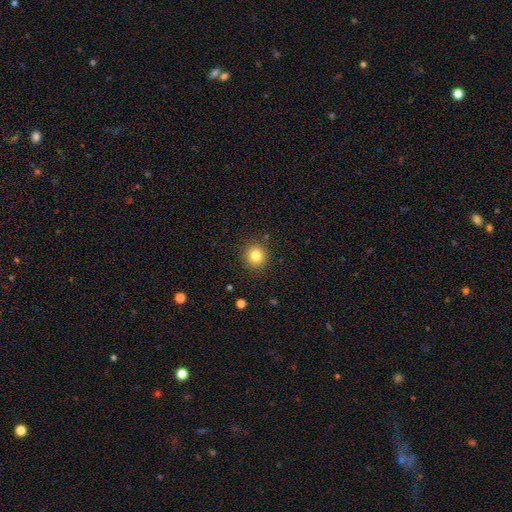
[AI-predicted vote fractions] Overall: smooth (81%). How rounded: round (93%). Merging: none (89%).